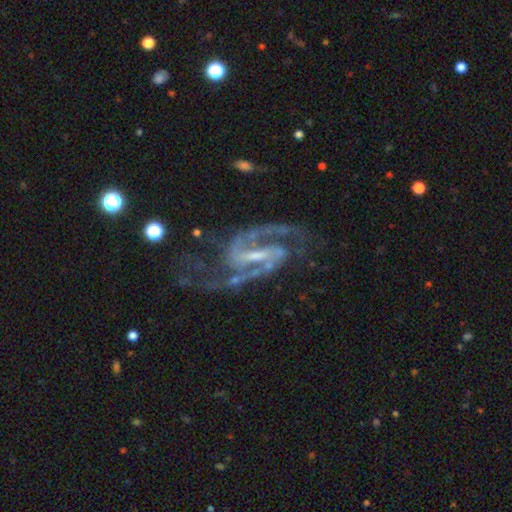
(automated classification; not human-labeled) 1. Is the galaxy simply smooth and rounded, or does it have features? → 93% featured or disk, 4% star or artifact, 2% smooth.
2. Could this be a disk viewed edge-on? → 98% no, 2% yes.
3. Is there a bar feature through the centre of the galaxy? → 51% strong, 39% weak, 10% no.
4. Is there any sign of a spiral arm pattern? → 98% yes, 2% no.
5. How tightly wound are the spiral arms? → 63% medium, 20% loose, 17% tight.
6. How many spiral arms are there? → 93% 2, 2% 3, 2% can't tell, 1% 1, 1% 4, 1% more than 4.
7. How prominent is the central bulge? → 54% small, 22% moderate, 21% none, 2% large, 1% dominant.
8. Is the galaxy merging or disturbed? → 66% none, 18% minor disturbance, 13% major disturbance, 3% merger.